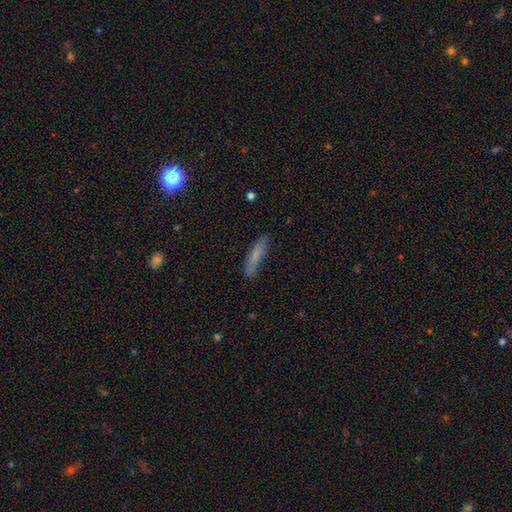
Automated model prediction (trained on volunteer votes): Smooth or featured? smooth (71%)
How rounded? cigar-shaped (88%)
Merging? none (80%)